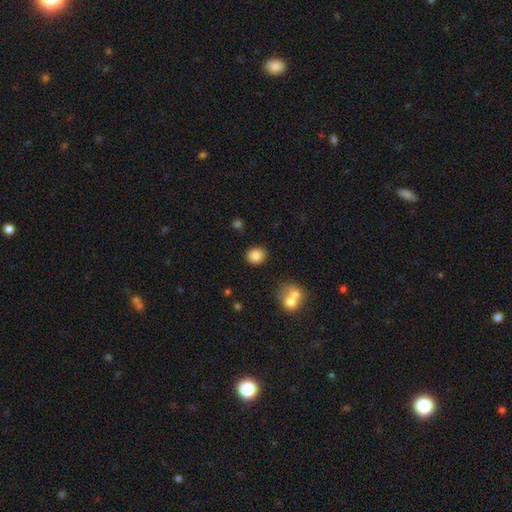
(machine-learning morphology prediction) Smooth or featured?
  - smooth: 85% *
  - star or artifact: 10%
  - featured or disk: 6%
How rounded?
  - round: 73% *
  - in between: 26%
  - cigar-shaped: 1%
Merging?
  - none: 85% *
  - minor disturbance: 8%
  - merger: 4%
  - major disturbance: 3%